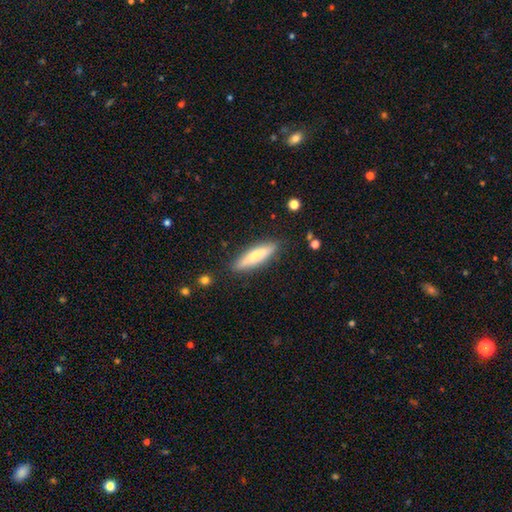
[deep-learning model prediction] Smooth or featured? smooth (58%)
How rounded? cigar-shaped (77%)
Merging? none (86%)